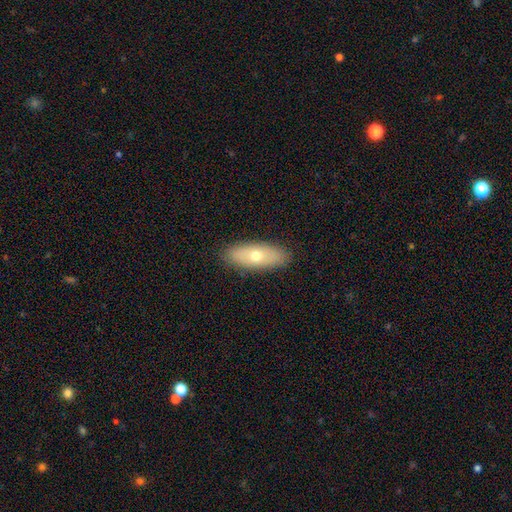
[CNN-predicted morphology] Q: Smooth or featured?
A: smooth (61%); runner-up: featured or disk (32%)
Q: How rounded?
A: in between (71%); runner-up: cigar-shaped (25%)
Q: Merging?
A: none (89%); runner-up: minor disturbance (8%)